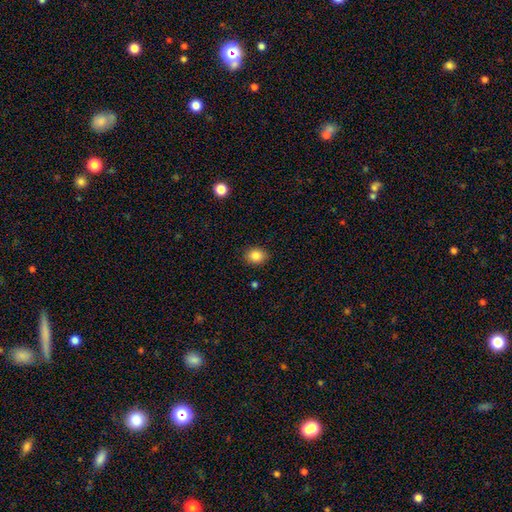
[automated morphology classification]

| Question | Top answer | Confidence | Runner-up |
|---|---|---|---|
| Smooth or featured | smooth | 85% | star or artifact (10%) |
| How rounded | round | 52% | in between (48%) |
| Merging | none | 86% | minor disturbance (10%) |